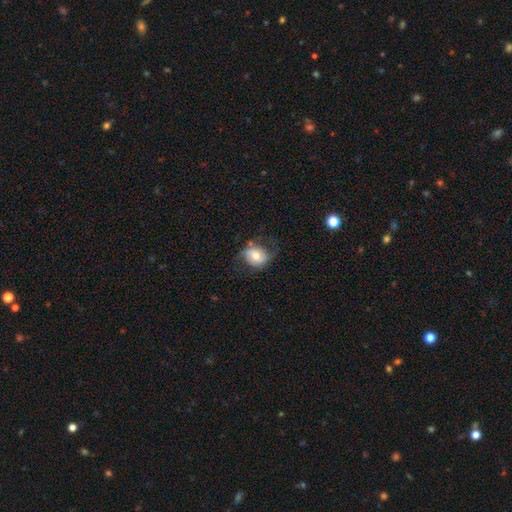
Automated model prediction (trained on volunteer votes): Smooth or featured? Predicted: smooth (p=0.52). How rounded? Predicted: round (p=0.56). Merging? Predicted: none (p=0.57).